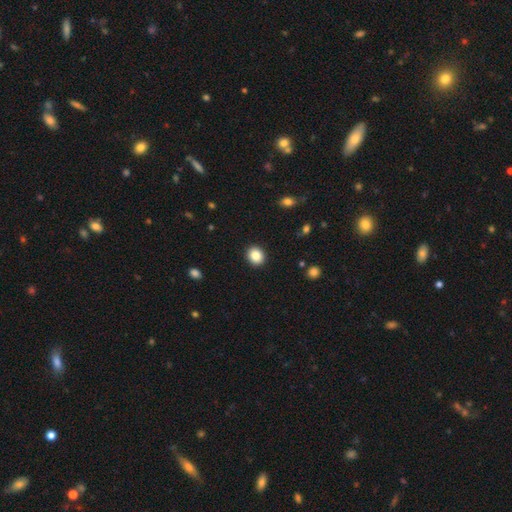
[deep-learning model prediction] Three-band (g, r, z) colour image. It shows a smooth galaxy with no disk features (86%) that is round (64%). Merging: none (91%).